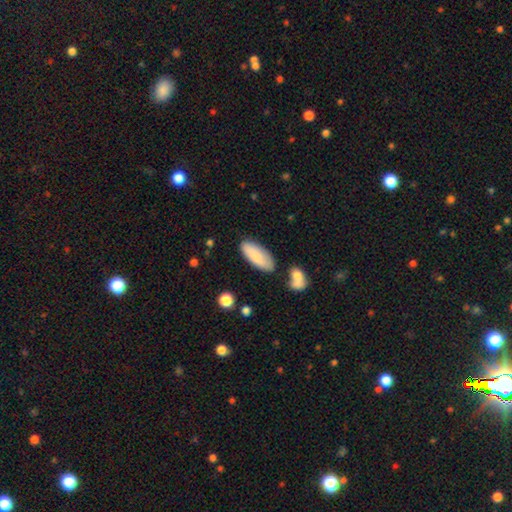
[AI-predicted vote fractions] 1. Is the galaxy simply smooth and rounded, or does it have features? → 81% smooth, 13% featured or disk, 6% star or artifact.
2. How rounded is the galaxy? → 77% in between, 21% cigar-shaped, 2% round.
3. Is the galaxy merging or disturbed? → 78% none, 14% minor disturbance, 5% merger, 3% major disturbance.